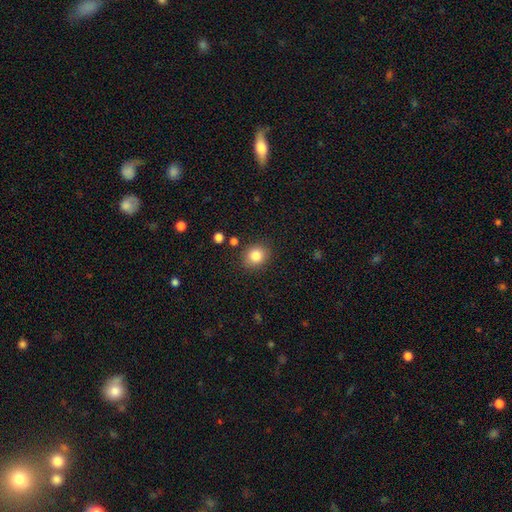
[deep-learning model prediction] Q: Smooth or featured?
A: smooth (83%); runner-up: star or artifact (10%)
Q: How rounded?
A: round (72%); runner-up: in between (27%)
Q: Merging?
A: none (86%); runner-up: minor disturbance (9%)